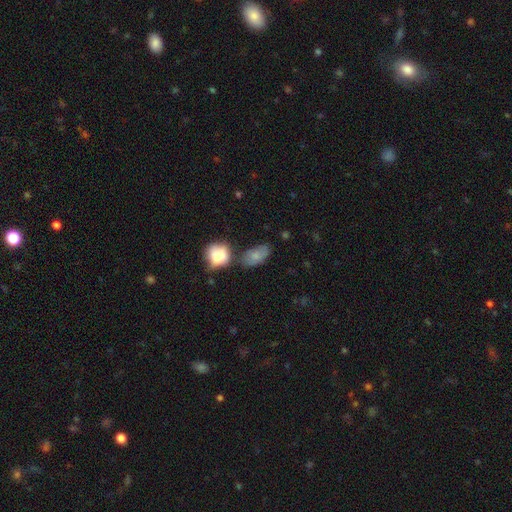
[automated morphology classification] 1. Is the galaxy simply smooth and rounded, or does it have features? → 77% smooth, 14% featured or disk, 9% star or artifact.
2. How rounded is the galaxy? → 87% in between, 10% round, 3% cigar-shaped.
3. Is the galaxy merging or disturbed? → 56% none, 24% minor disturbance, 13% merger, 7% major disturbance.